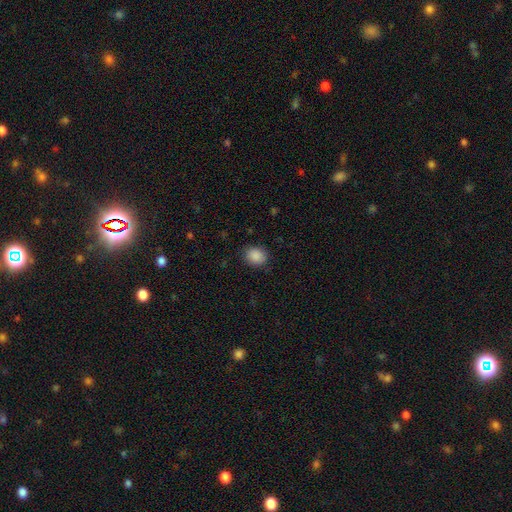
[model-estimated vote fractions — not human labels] A smooth galaxy with no disk features (89%) that is round (52%). Merging: none (85%).